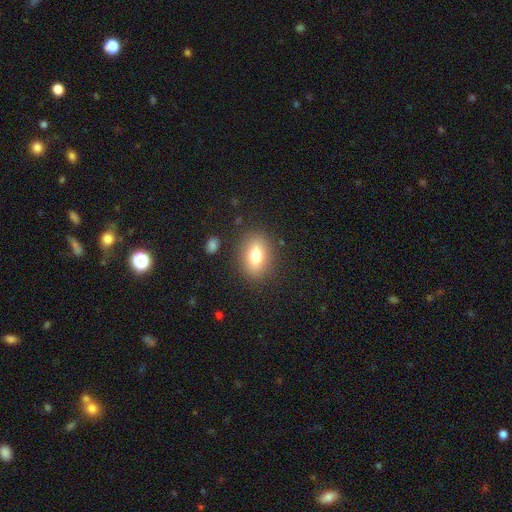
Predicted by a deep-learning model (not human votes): The model was most divided on "how rounded": in between: 75%, round: 22%, cigar-shaped: 3%. More confident: merging — none (85%); smooth or featured — smooth (75%).